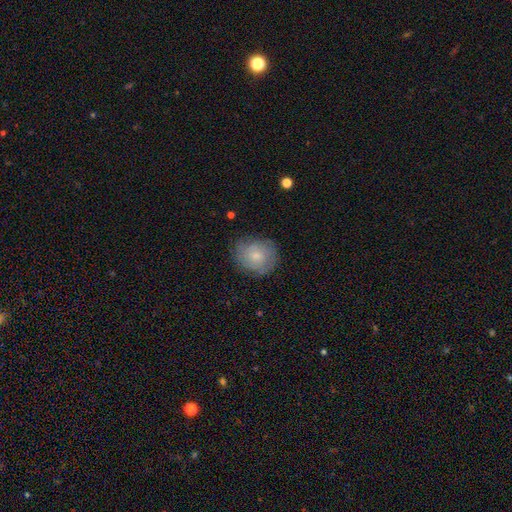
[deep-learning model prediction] Q: Smooth or featured?
A: smooth (66%); runner-up: featured or disk (26%)
Q: How rounded?
A: round (75%); runner-up: in between (24%)
Q: Merging?
A: none (76%); runner-up: minor disturbance (18%)